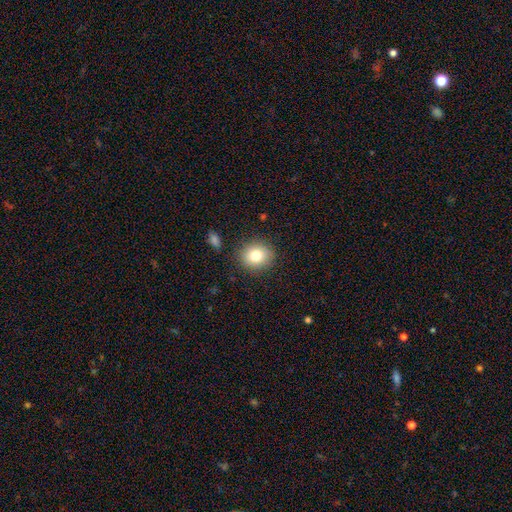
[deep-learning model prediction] This is likely a smooth galaxy (80%). How rounded: likely round (79%). Merging: clearly none (87%).